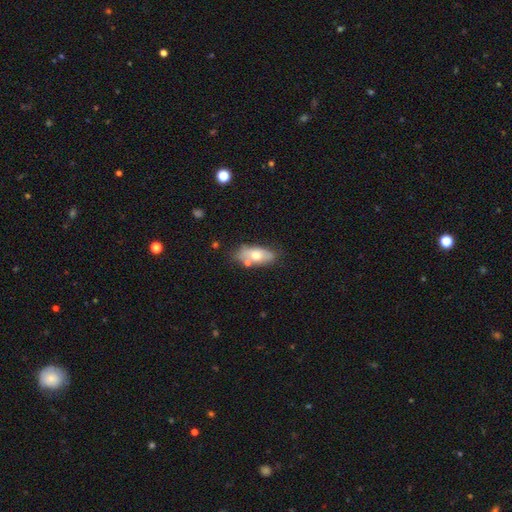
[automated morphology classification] smooth-or-featured: smooth: 62% | featured or disk: 31% | star or artifact: 7%
  how-rounded: in between: 85% | cigar-shaped: 11% | round: 4%
  merging: none: 66% | minor disturbance: 18% | merger: 12% | major disturbance: 4%